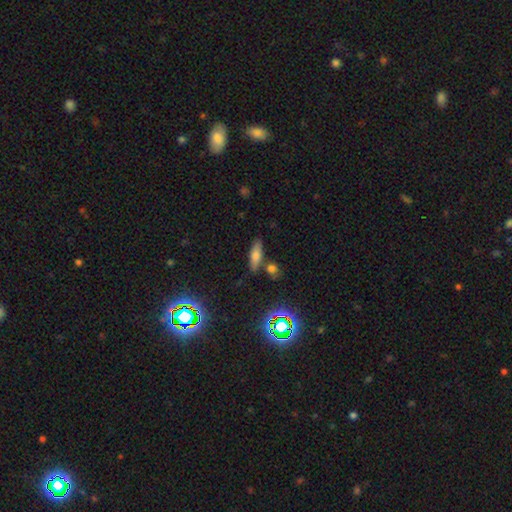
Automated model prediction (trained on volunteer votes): Q: Smooth or featured?
A: smooth (68%); runner-up: featured or disk (17%)
Q: How rounded?
A: in between (55%); runner-up: cigar-shaped (40%)
Q: Merging?
A: none (72%); runner-up: minor disturbance (13%)